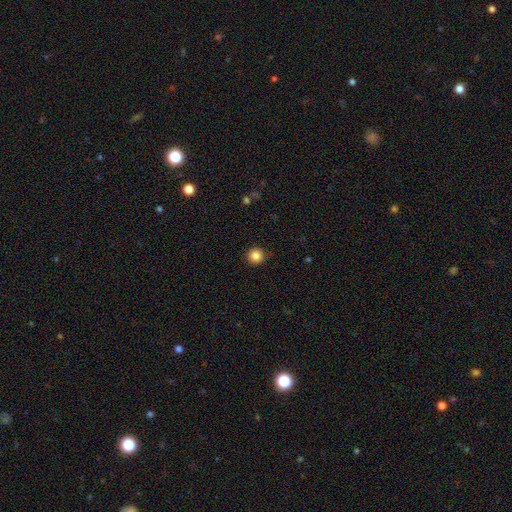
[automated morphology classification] Smooth or featured? smooth (85%)
How rounded? round (94%)
Merging? none (90%)